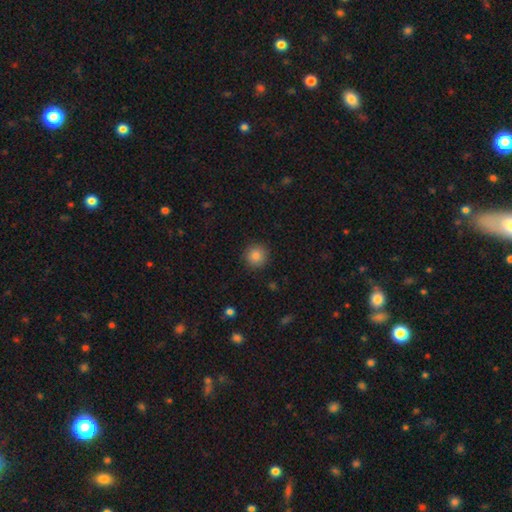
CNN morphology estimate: Smooth or featured? smooth (85%)
How rounded? round (94%)
Merging? none (90%)